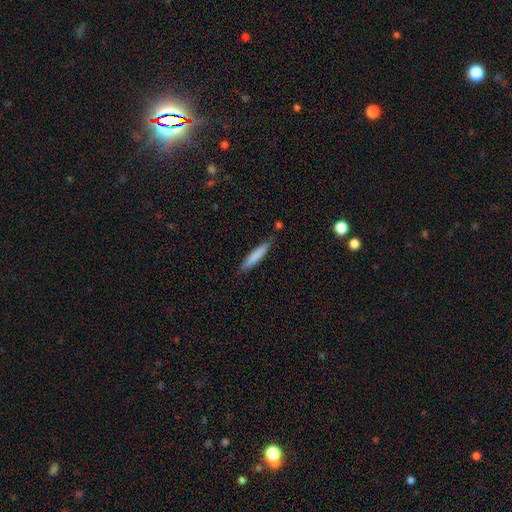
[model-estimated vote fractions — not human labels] This is likely a smooth galaxy (80%). How rounded: clearly cigar-shaped (90%). Merging: clearly none (81%).